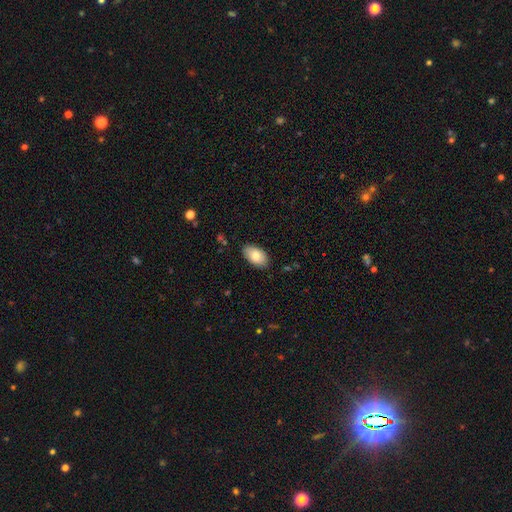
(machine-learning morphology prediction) This is clearly a smooth galaxy (82%). How rounded: clearly in between (95%). Merging: clearly none (87%).